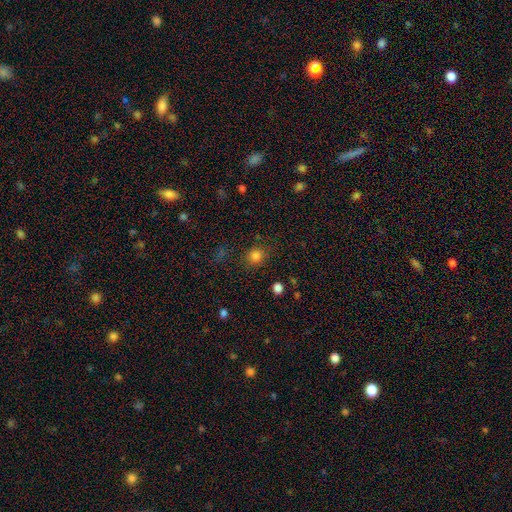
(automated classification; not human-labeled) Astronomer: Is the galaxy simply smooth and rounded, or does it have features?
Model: smooth — 82%.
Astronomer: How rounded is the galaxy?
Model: round — 82%.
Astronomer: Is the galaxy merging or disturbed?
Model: none — 83%.